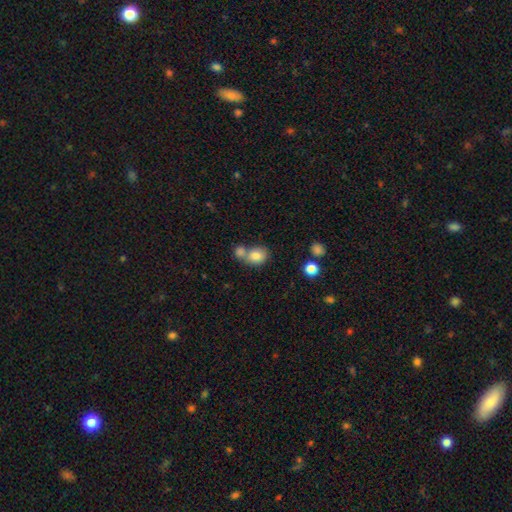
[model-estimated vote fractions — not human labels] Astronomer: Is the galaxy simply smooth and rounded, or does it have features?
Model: smooth — 81%.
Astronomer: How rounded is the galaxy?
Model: round — 58% (runner-up: in between, 41%).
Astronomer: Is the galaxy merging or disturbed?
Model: merger — 44% (runner-up: none, 43%).